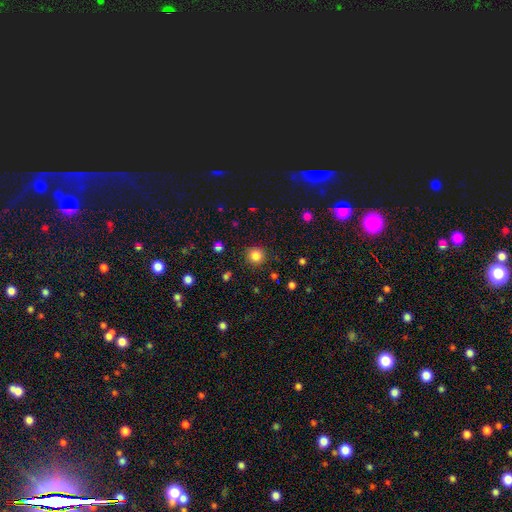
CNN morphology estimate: Overall: smooth (83%). How rounded: round (94%). Merging: none (89%).